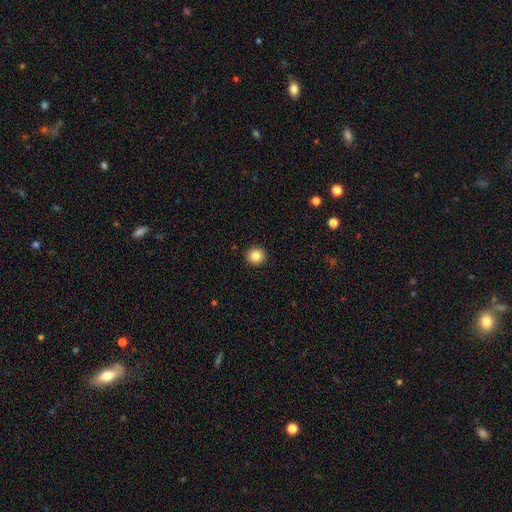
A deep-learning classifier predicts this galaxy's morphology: Smooth or featured?
  - smooth: 85% *
  - star or artifact: 10%
  - featured or disk: 5%
How rounded?
  - round: 94% *
  - in between: 5%
  - cigar-shaped: 1%
Merging?
  - none: 93% *
  - minor disturbance: 4%
  - major disturbance: 2%
  - merger: 1%